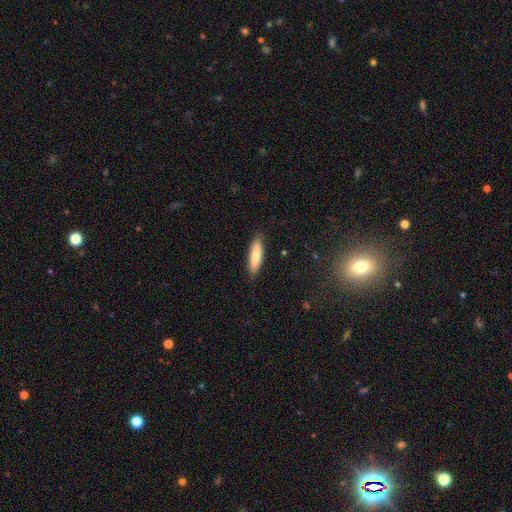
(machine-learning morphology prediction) Q: Smooth or featured?
A: smooth (76%); runner-up: featured or disk (18%)
Q: How rounded?
A: cigar-shaped (53%); runner-up: in between (45%)
Q: Merging?
A: none (86%); runner-up: minor disturbance (11%)